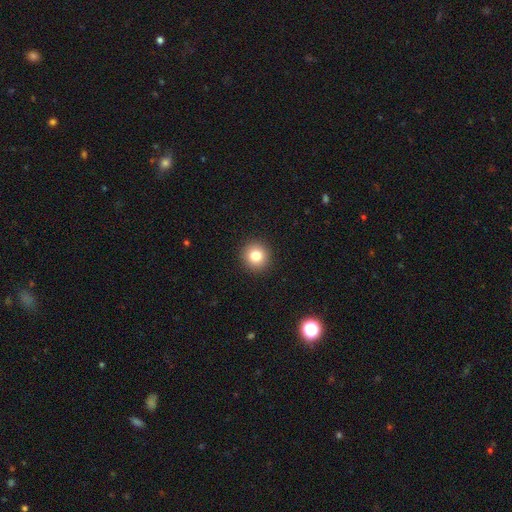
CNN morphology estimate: smooth-or-featured: smooth: 83% | star or artifact: 11% | featured or disk: 7%
  how-rounded: round: 93% | in between: 6% | cigar-shaped: 1%
  merging: none: 93% | minor disturbance: 5% | major disturbance: 2% | merger: 1%